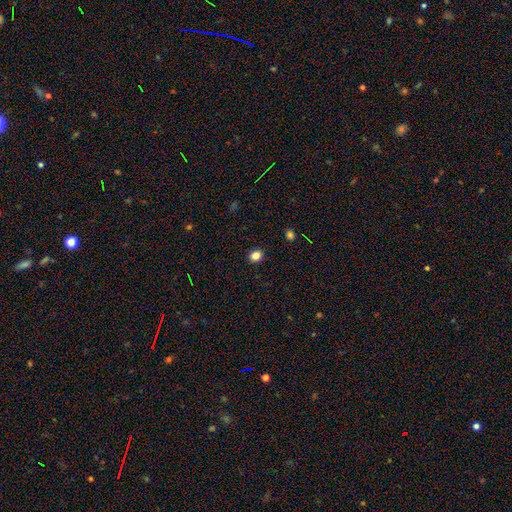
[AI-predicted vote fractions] Morphology: type=smooth (84%); roundness=round (63%); merging=none (91%).